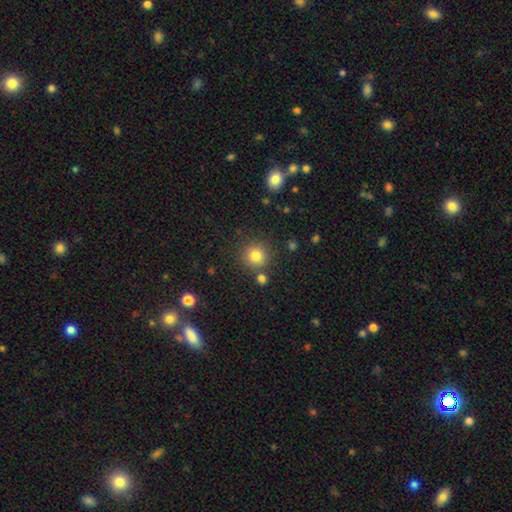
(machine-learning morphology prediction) This appears to be a smooth galaxy with no disk features (81%) that is round (94%). Merging: none (82%).